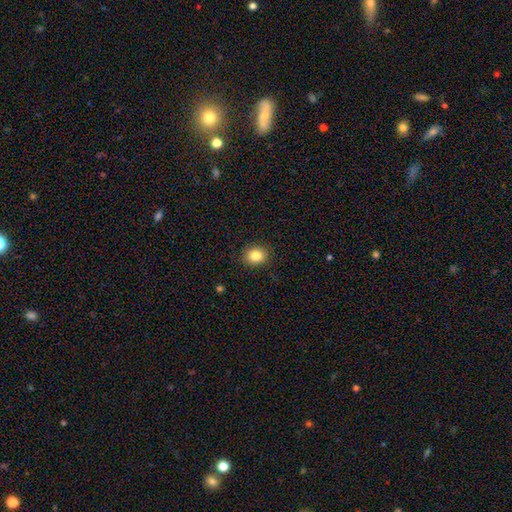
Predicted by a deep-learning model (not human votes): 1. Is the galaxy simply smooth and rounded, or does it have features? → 84% smooth, 10% star or artifact, 6% featured or disk.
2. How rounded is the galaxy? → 67% round, 32% in between, 1% cigar-shaped.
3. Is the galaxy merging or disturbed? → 90% none, 7% minor disturbance, 2% major disturbance, 1% merger.